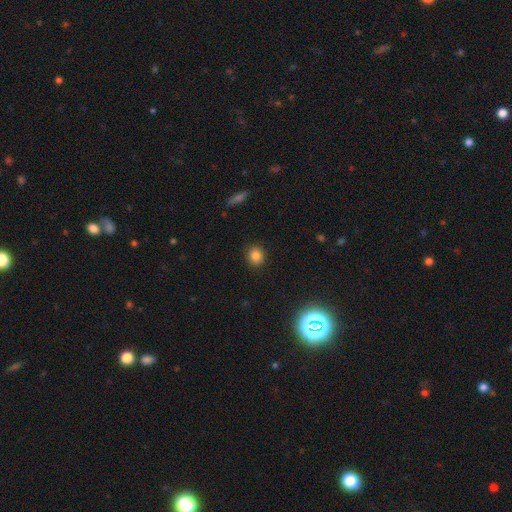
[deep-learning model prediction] Smooth or featured? smooth (83%)
How rounded? round (79%)
Merging? none (89%)